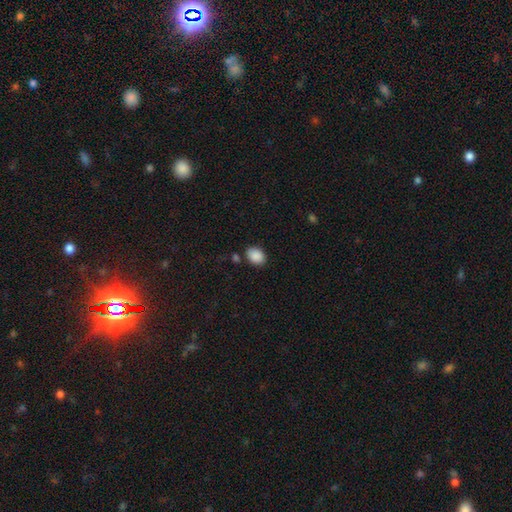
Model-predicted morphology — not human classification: A smooth galaxy with no disk features (89%) that is in between round and cigar-shaped (68%).

Vote fractions:
- Smooth or featured? smooth: 89% / star or artifact: 8% / featured or disk: 3%
- How rounded? in between: 68% / round: 31% / cigar-shaped: 1%
- Merging? none: 81% / minor disturbance: 12% / merger: 5% / major disturbance: 3%